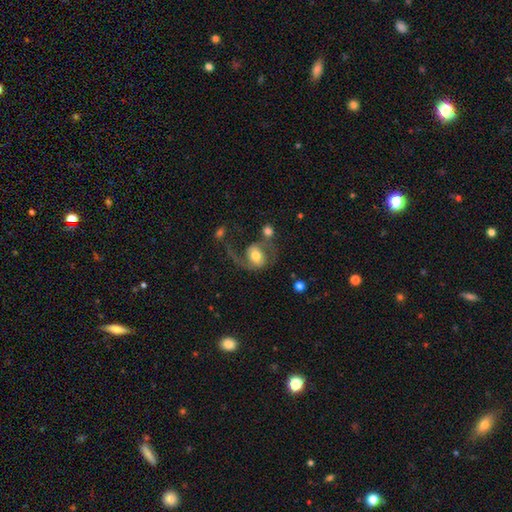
smooth-or-featured: smooth: 51% | featured or disk: 41% | star or artifact: 8%
  how-rounded: round: 55% | in between: 45% | cigar-shaped: 0%
  merging: major disturbance: 56% | merger: 19% | none: 14% | minor disturbance: 11%